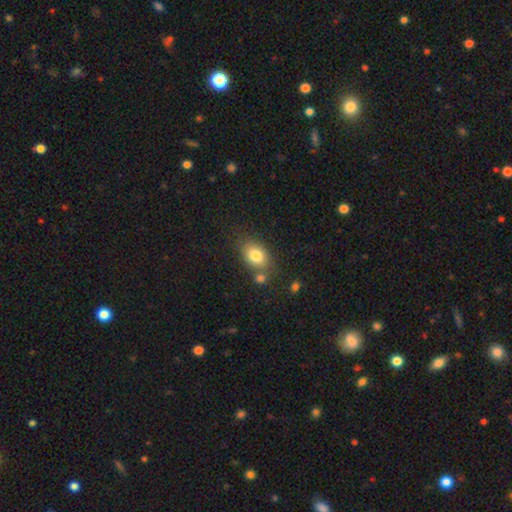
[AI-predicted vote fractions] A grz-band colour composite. It shows a smooth galaxy with no disk features (80%) that is in between round and cigar-shaped (76%). Merging: none (63%).